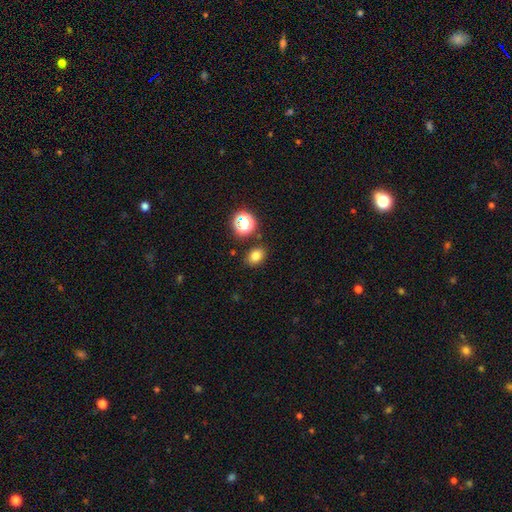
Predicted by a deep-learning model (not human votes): This is likely a smooth galaxy (78%). How rounded: likely in between (62%). Merging: clearly none (82%).